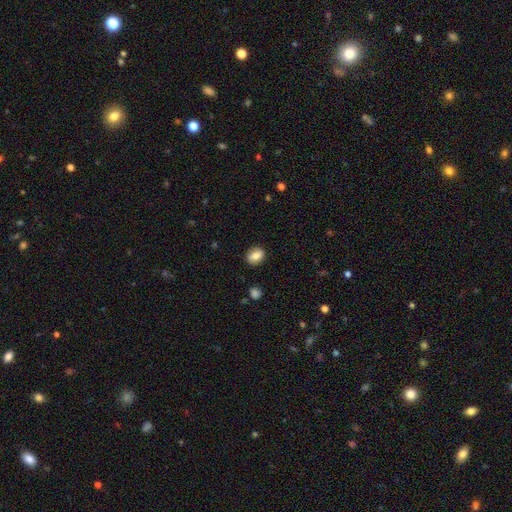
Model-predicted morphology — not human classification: This is clearly a smooth galaxy (81%). How rounded: possibly in between (50%). Merging: clearly none (87%).